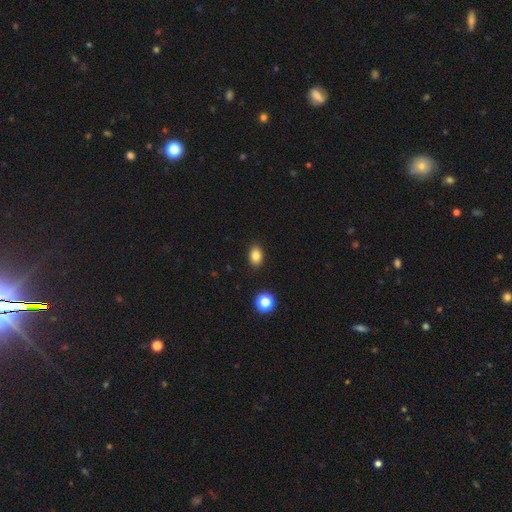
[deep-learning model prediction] smooth_or_featured: smooth (p=0.84) [alt: star or artifact p=0.11]
how_rounded: in between (p=0.75) [alt: round p=0.24]
merging: none (p=0.89) [alt: minor disturbance p=0.08]